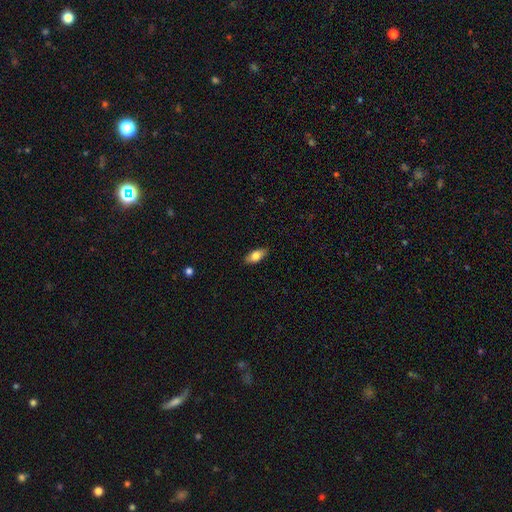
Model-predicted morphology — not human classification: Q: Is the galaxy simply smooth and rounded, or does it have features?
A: smooth — 74%.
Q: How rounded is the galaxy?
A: in between — 85%.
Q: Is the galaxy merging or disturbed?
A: none — 87%.